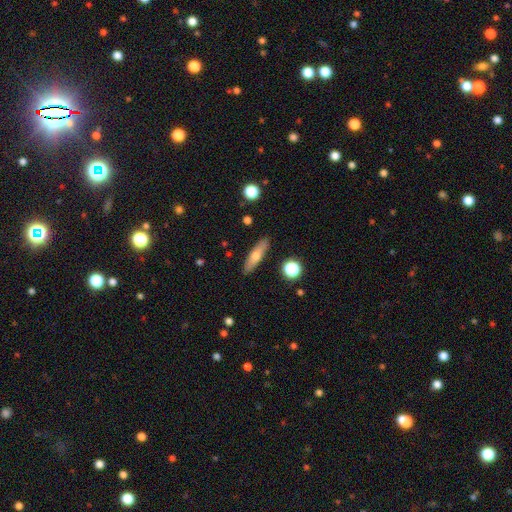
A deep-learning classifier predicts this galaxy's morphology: Smooth or featured? smooth (60%)
How rounded? cigar-shaped (69%)
Merging? none (88%)